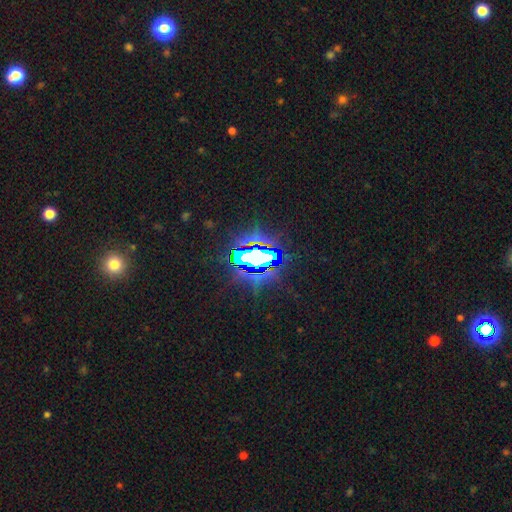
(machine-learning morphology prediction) Smooth or featured?
  - star or artifact: 72% *
  - featured or disk: 14%
  - smooth: 14%